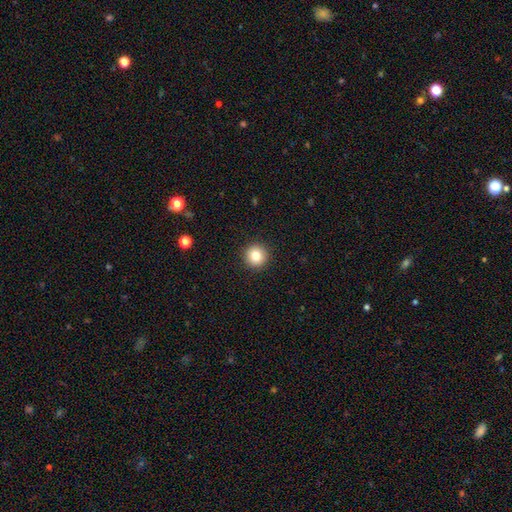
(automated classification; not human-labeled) This is clearly a smooth galaxy (82%). How rounded: clearly round (95%). Merging: clearly none (93%).